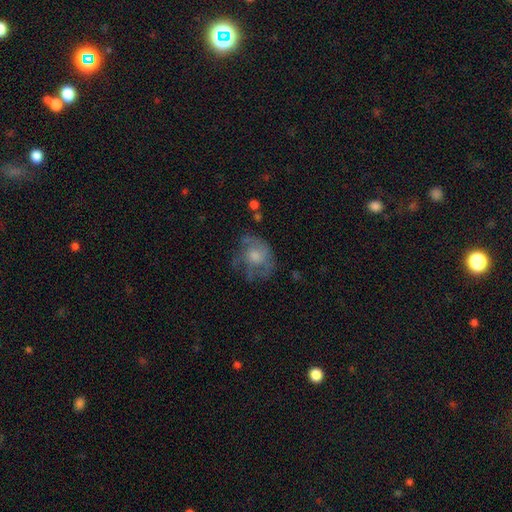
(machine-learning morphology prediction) Overall: featured or disk (50%; smooth 41%). Merging: none (53%; minor disturbance 23%).